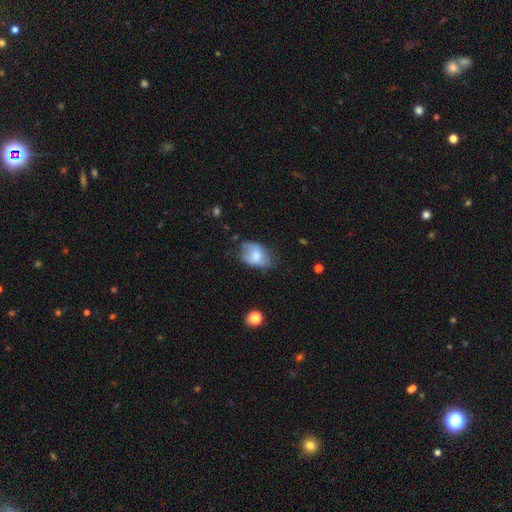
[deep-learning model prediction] smooth-or-featured: smooth: 67% | featured or disk: 25% | star or artifact: 8%
  how-rounded: in between: 81% | round: 18% | cigar-shaped: 1%
  merging: none: 43% | minor disturbance: 36% | major disturbance: 18% | merger: 3%